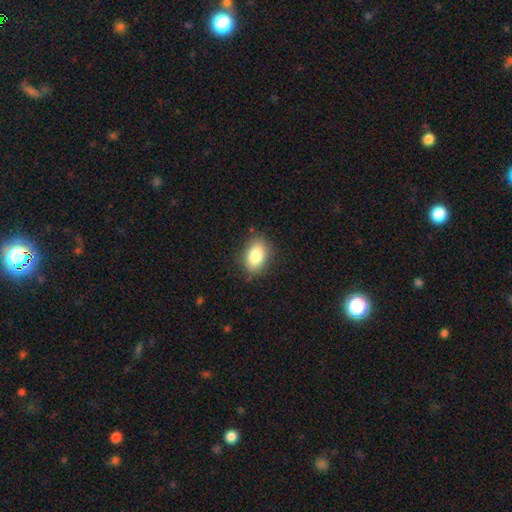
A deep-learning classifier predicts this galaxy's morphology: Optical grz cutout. It shows a smooth galaxy with no disk features (84%) that is in between round and cigar-shaped (84%). Merging: none (83%).